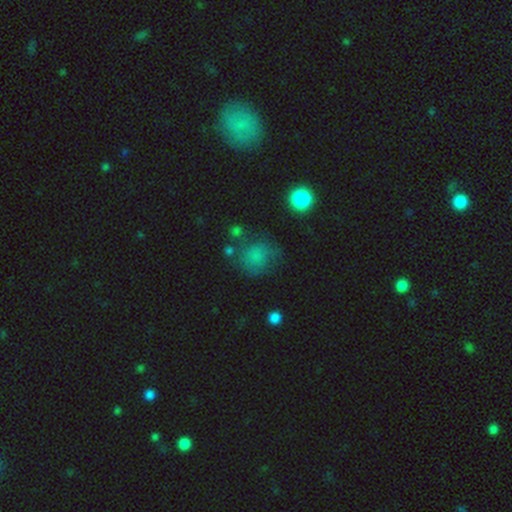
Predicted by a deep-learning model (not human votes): smooth_or_featured: smooth (p=0.68) [alt: featured or disk p=0.16]
how_rounded: round (p=0.81) [alt: in between p=0.18]
merging: none (p=0.58) [alt: minor disturbance p=0.23]